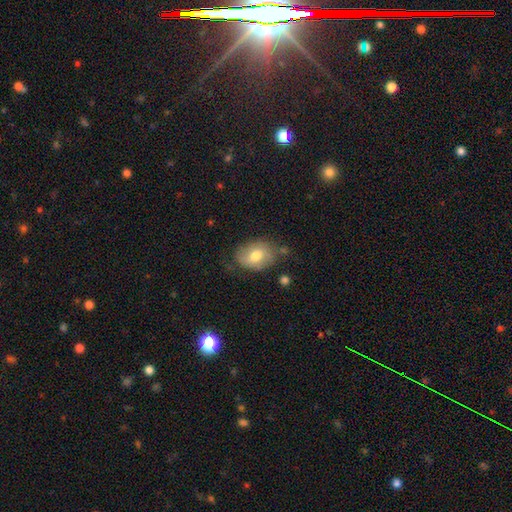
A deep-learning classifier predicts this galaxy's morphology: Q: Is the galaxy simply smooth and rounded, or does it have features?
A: smooth — 65%.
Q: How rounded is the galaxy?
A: in between — 74%.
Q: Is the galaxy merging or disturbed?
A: none — 68%.